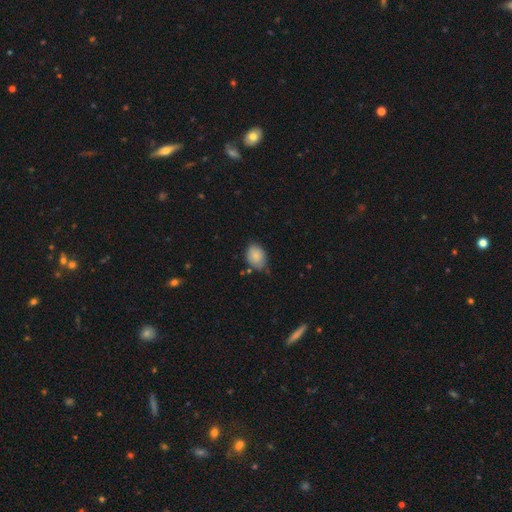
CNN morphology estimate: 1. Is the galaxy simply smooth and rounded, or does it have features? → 85% smooth, 8% featured or disk, 8% star or artifact.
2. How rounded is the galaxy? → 69% in between, 30% round, 1% cigar-shaped.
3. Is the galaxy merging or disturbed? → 59% none, 32% minor disturbance, 5% major disturbance, 3% merger.